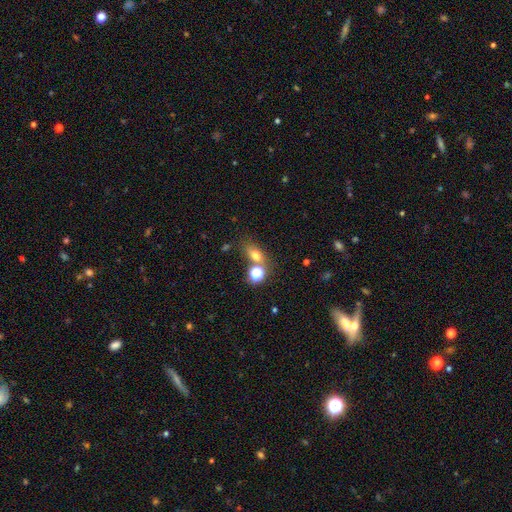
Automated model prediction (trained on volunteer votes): smooth_or_featured: smooth (p=0.67) [alt: star or artifact p=0.19]
how_rounded: in between (p=0.64) [alt: round p=0.31]
merging: none (p=0.57) [alt: merger p=0.25]